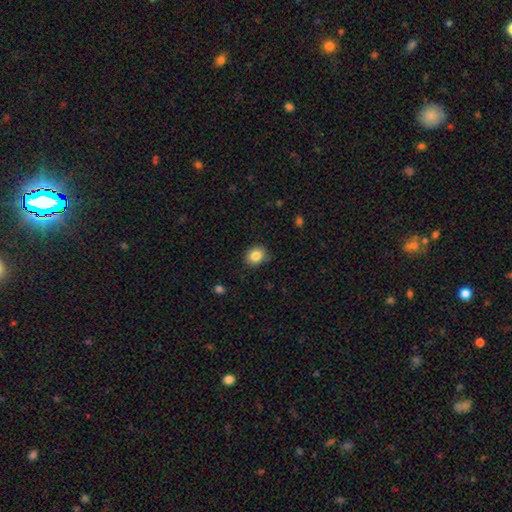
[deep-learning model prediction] A smooth galaxy with no disk features (85%) that is round (63%).

Vote fractions:
- Smooth or featured? smooth: 85% / star or artifact: 9% / featured or disk: 6%
- How rounded? round: 63% / in between: 36% / cigar-shaped: 1%
- Merging? none: 85% / minor disturbance: 12% / major disturbance: 2% / merger: 1%